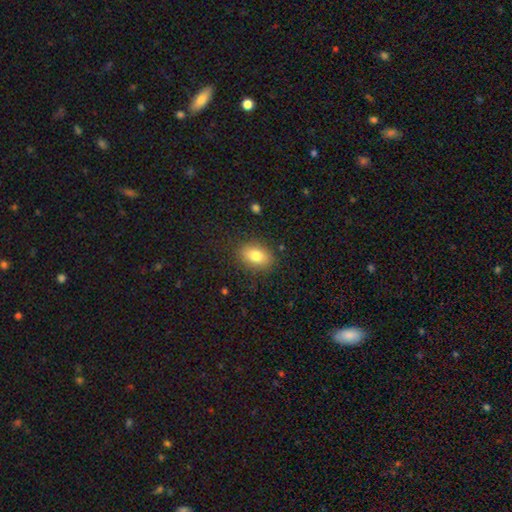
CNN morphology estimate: smooth-or-featured: smooth: 82% | featured or disk: 10% | star or artifact: 9%
  how-rounded: in between: 82% | round: 16% | cigar-shaped: 2%
  merging: none: 85% | minor disturbance: 11% | major disturbance: 3% | merger: 1%